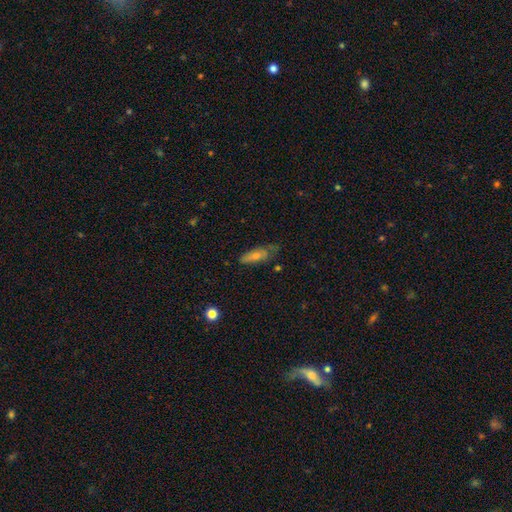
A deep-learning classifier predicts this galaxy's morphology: smooth 45%, featured or disk 42%, star or artifact 12%. Down the decision tree: merging — none (63%).